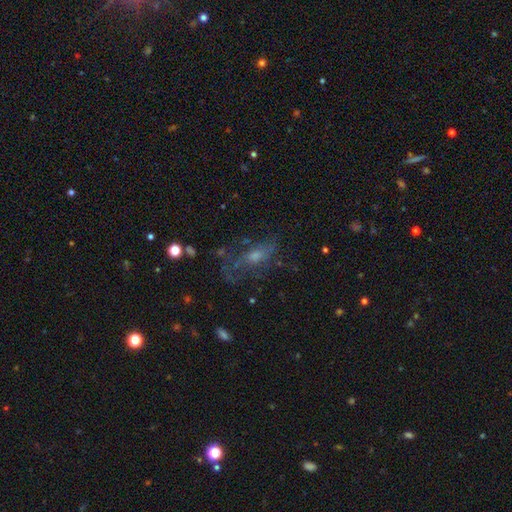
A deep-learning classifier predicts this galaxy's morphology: A featured or disk galaxy (49%).

Vote fractions:
- Smooth or featured? featured or disk: 49% / smooth: 35% / star or artifact: 17%
- Merging? none: 47% / major disturbance: 28% / minor disturbance: 21% / merger: 4%